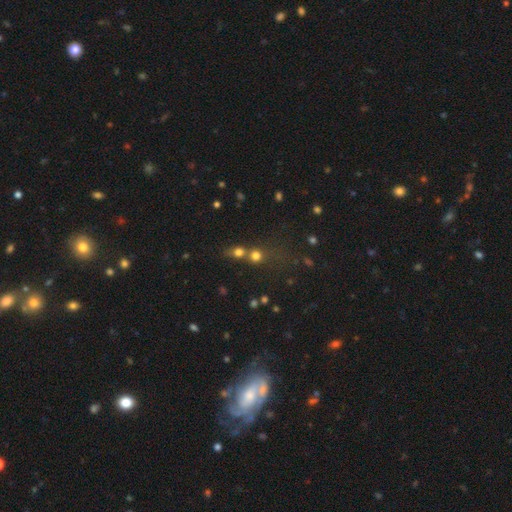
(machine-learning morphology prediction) smooth-or-featured: smooth: 70% | star or artifact: 19% | featured or disk: 11%
  how-rounded: round: 86% | in between: 13% | cigar-shaped: 2%
  merging: merger: 45% | none: 42% | minor disturbance: 7% | major disturbance: 5%